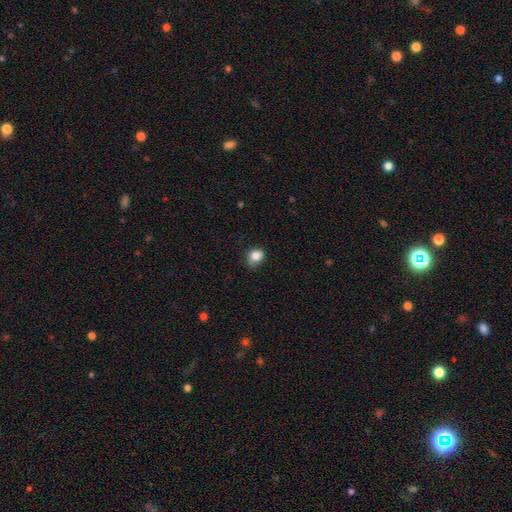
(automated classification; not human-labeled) Smooth or featured: smooth — 82% (star or artifact — 10%)
How rounded: round — 66% (in between — 33%)
Merging: none — 63% (minor disturbance — 29%)